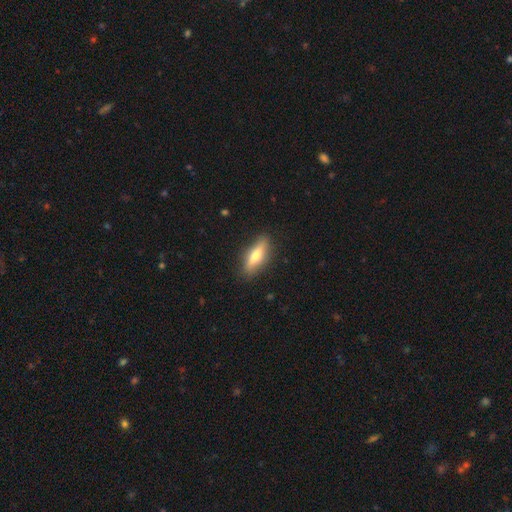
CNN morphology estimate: The model was most divided on "how rounded": cigar-shaped: 56%, in between: 42%, round: 2%. More confident: merging — none (86%); smooth or featured — smooth (57%).